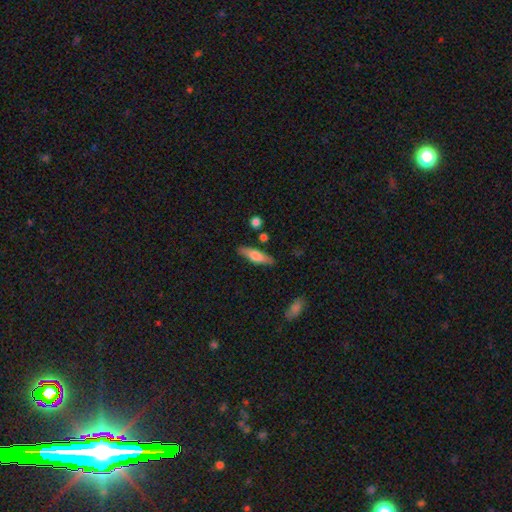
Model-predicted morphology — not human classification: Overall: smooth (60%; featured or disk 33%). How rounded: cigar-shaped (61%; in between 36%). Merging: none (84%).